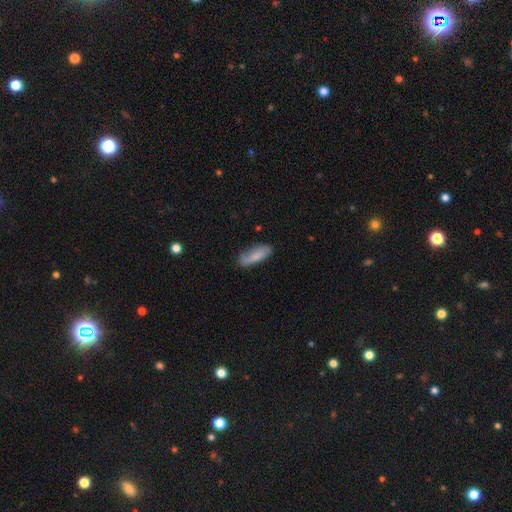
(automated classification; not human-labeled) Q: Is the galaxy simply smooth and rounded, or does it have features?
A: smooth — 75%.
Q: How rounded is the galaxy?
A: in between — 63%.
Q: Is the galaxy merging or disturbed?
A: none — 69%.